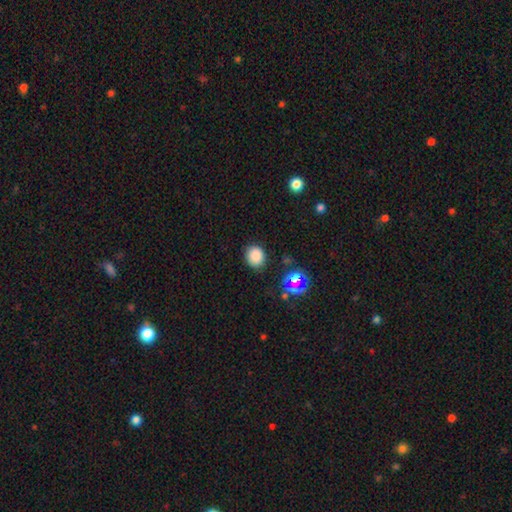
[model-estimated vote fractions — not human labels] Smooth or featured? Predicted: smooth (p=0.82). How rounded? Predicted: round (p=0.73). Merging? Predicted: none (p=0.86).